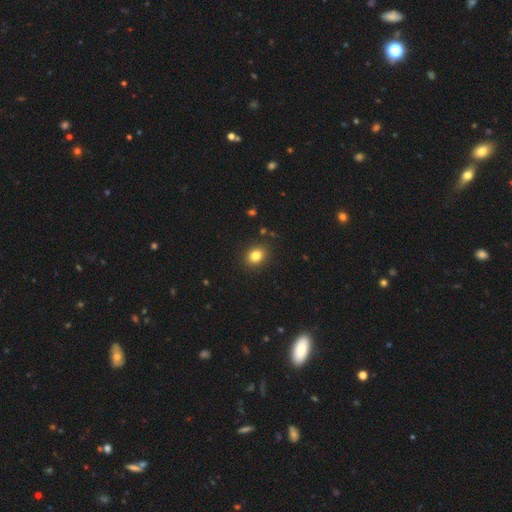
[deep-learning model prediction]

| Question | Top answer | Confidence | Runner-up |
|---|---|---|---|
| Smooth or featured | smooth | 83% | star or artifact (11%) |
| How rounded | round | 50% | tied: in between (50%) |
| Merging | none | 88% | minor disturbance (8%) |